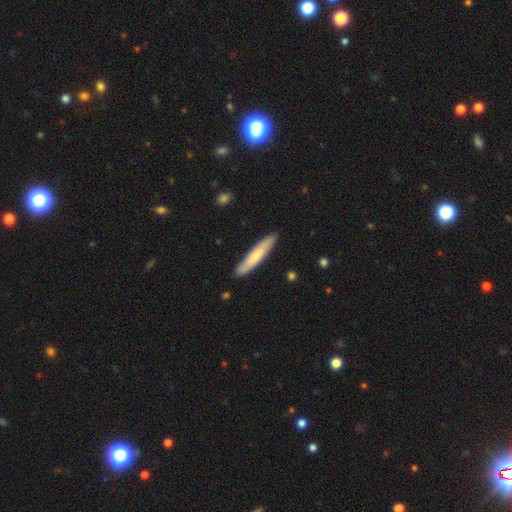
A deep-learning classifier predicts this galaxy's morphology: type=smooth (68%); roundness=cigar-shaped (91%); merging=none (89%).